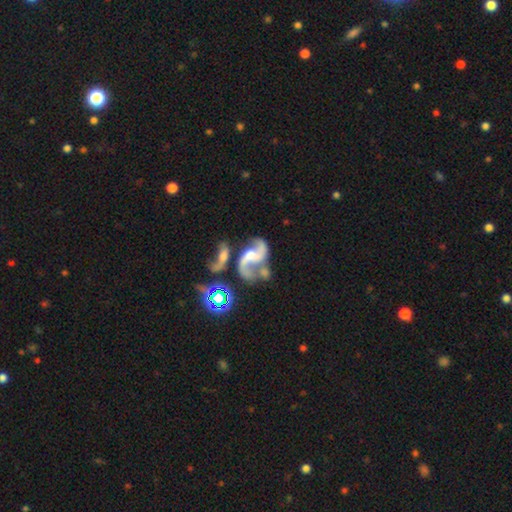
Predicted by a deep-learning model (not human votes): The model was most divided on "merging": none: 35%, merger: 34%, major disturbance: 16%, minor disturbance: 15%. Remaining: edge-on disk — no (97%); spiral arms — yes (93%); spiral arm count — 2 (89%); smooth or featured — featured or disk (83%); spiral winding — loose (73%); bar — weak (42%); bulge size — none (32%).